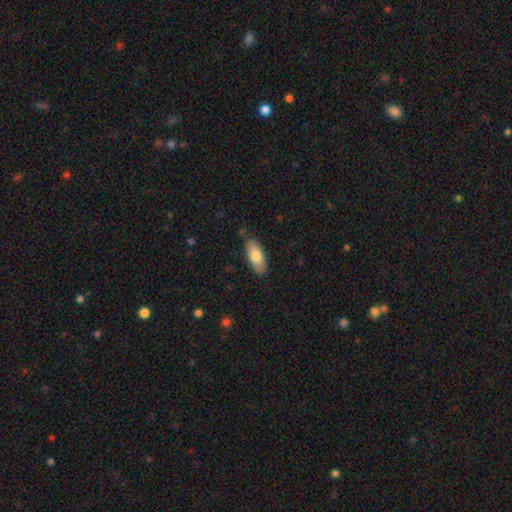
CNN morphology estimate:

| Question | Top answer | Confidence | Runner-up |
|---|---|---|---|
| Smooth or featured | smooth | 77% | featured or disk (17%) |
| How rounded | in between | 80% | cigar-shaped (18%) |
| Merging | none | 80% | minor disturbance (15%) |